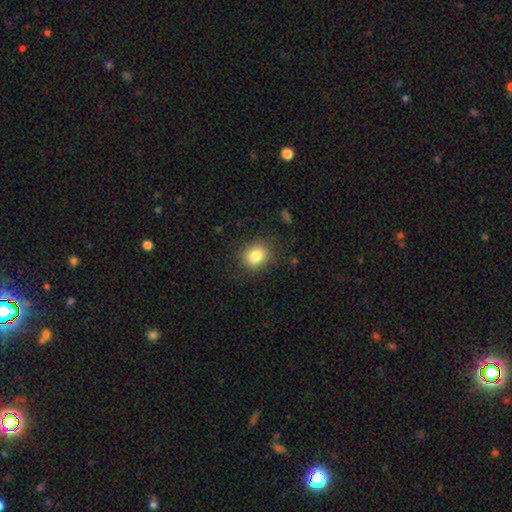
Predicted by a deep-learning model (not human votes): Smooth or featured: smooth — 83% (star or artifact — 10%)
How rounded: round — 72% (in between — 27%)
Merging: none — 85% (minor disturbance — 11%)